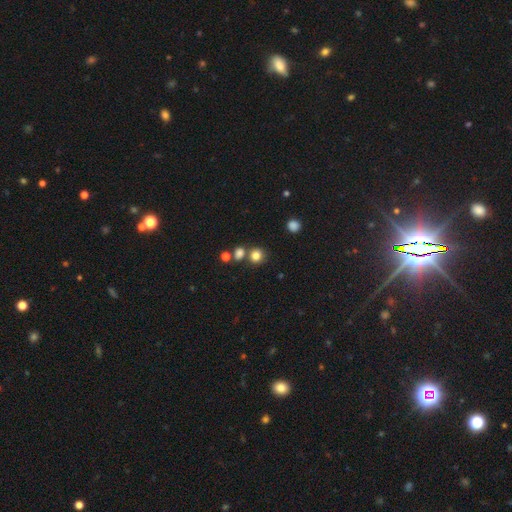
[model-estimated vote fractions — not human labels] smooth_or_featured: smooth (p=0.81) [alt: star or artifact p=0.14]
how_rounded: round (p=0.84) [alt: in between p=0.15]
merging: none (p=0.70) [alt: merger p=0.17]